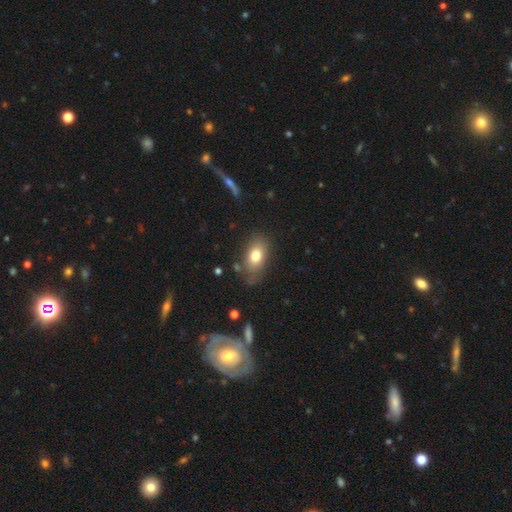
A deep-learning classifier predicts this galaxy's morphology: Overall: smooth (77%). How rounded: in between (86%). Merging: none (72%).